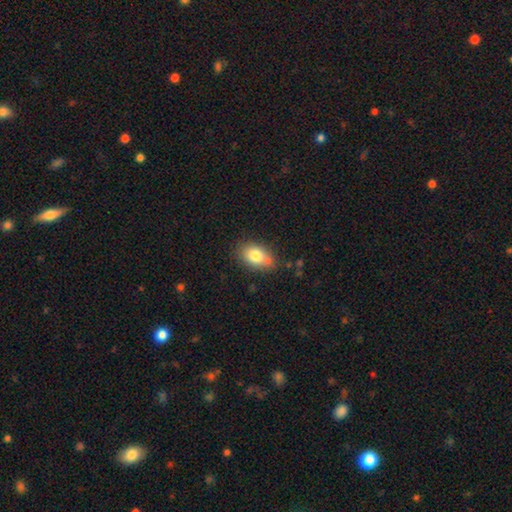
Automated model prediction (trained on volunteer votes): smooth 79%, featured or disk 12%, star or artifact 8%. Down the decision tree: how rounded — in between (83%); merging — none (69%).